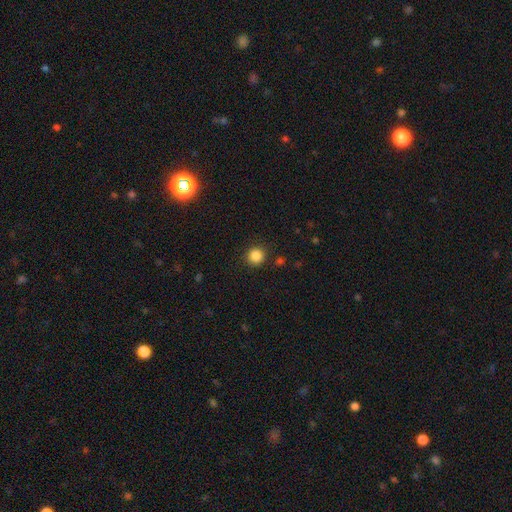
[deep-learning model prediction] smooth_or_featured: smooth (p=0.86) [alt: star or artifact p=0.11]
how_rounded: round (p=0.93) [alt: in between p=0.06]
merging: none (p=0.90) [alt: minor disturbance p=0.06]